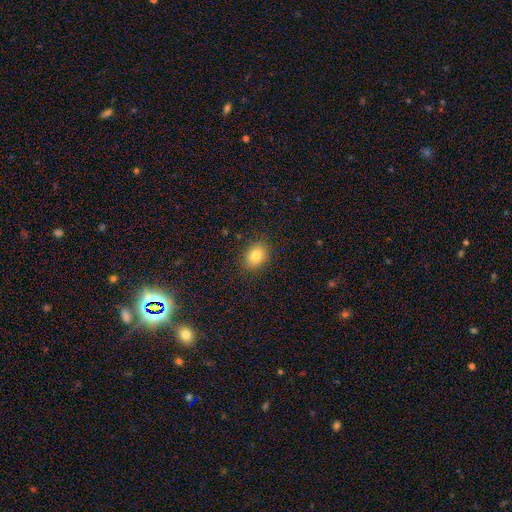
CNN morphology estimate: Smooth or featured? Predicted: smooth (p=0.81). How rounded? Predicted: in between (p=0.60). Merging? Predicted: none (p=0.87).